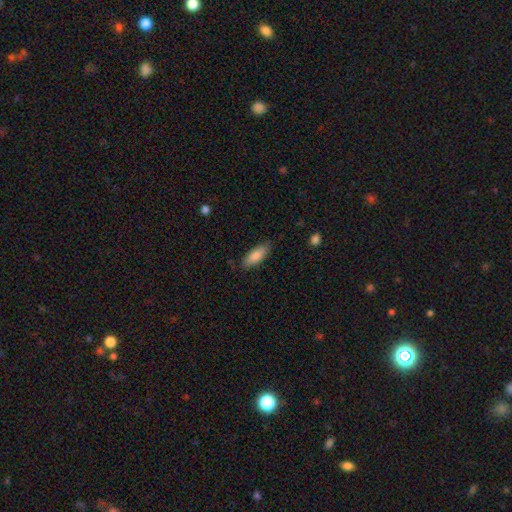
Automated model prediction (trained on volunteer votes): Smooth or featured? Predicted: smooth (p=0.84). How rounded? Predicted: in between (p=0.72). Merging? Predicted: none (p=0.82).